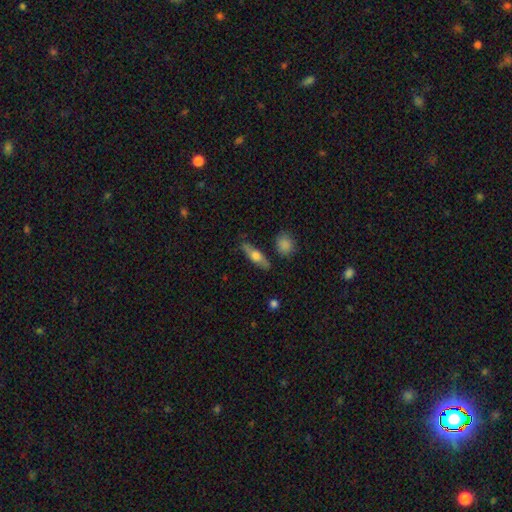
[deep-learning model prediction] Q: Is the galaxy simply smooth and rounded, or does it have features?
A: smooth — 55%.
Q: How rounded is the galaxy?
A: cigar-shaped — 54%.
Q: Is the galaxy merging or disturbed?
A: none — 81%.